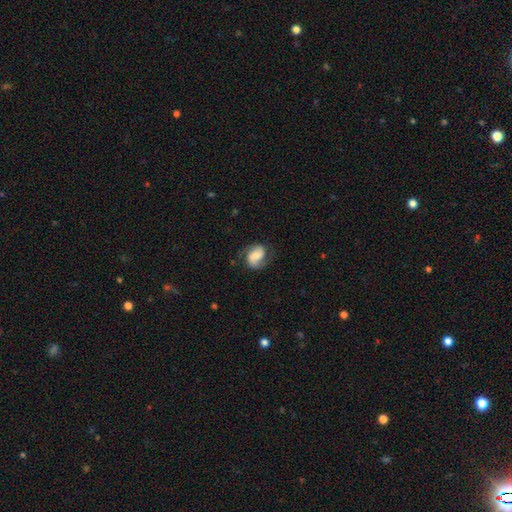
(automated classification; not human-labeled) Morphology: type=featured or disk (64%); edge-on=no (98%); bar=no (48%); spiral arms=yes (93%); winding=medium (45%); arm count=2 (77%); bulge=moderate (36%); merging=none (66%).